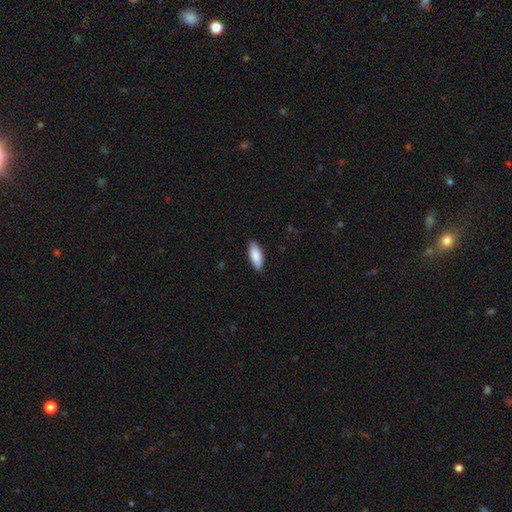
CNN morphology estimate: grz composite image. It shows a smooth galaxy with no disk features (88%) that is in between round and cigar-shaped (81%). Merging: none (87%).